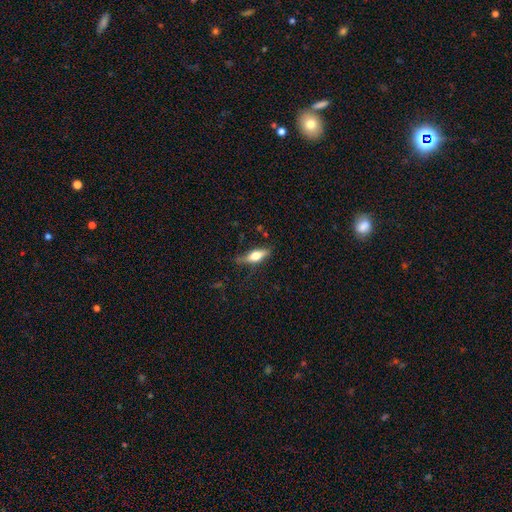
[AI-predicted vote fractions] A smooth galaxy with no disk features (57%) that is in between round and cigar-shaped (54%).

Vote fractions:
- Smooth or featured? smooth: 57% / featured or disk: 37% / star or artifact: 7%
- How rounded? in between: 54% / cigar-shaped: 43% / round: 3%
- Merging? none: 69% / minor disturbance: 23% / major disturbance: 6% / merger: 2%